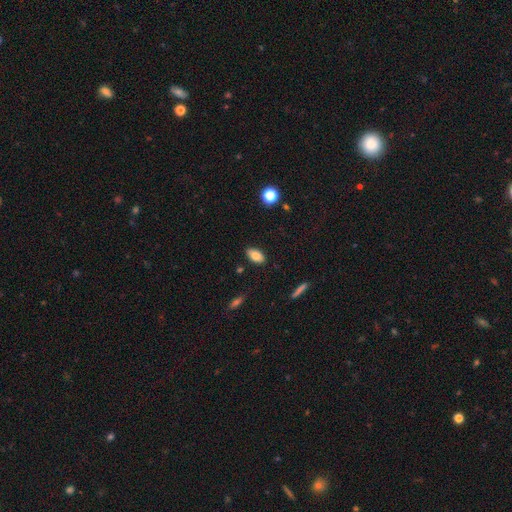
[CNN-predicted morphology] type=smooth (79%); roundness=in between (91%); merging=none (86%).